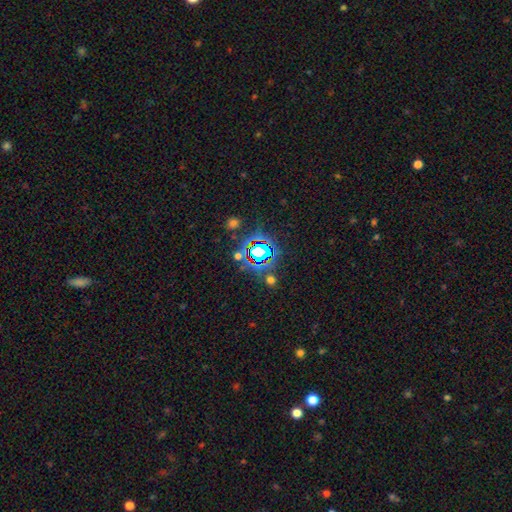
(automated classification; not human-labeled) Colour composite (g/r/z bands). It shows a star or artifact, not a galaxy (69%).